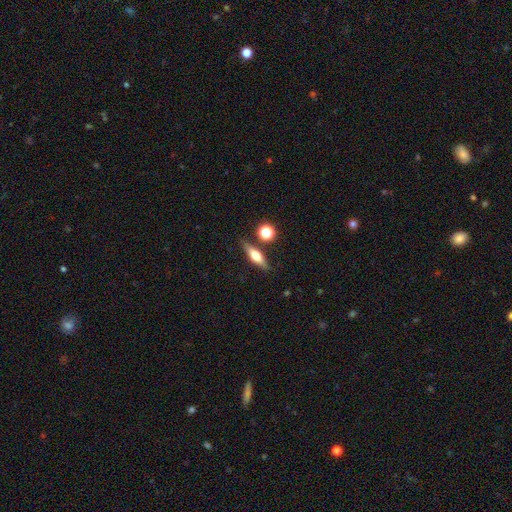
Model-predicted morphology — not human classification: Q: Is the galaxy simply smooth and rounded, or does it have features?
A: smooth — 46%.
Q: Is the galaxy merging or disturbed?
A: none — 80%.